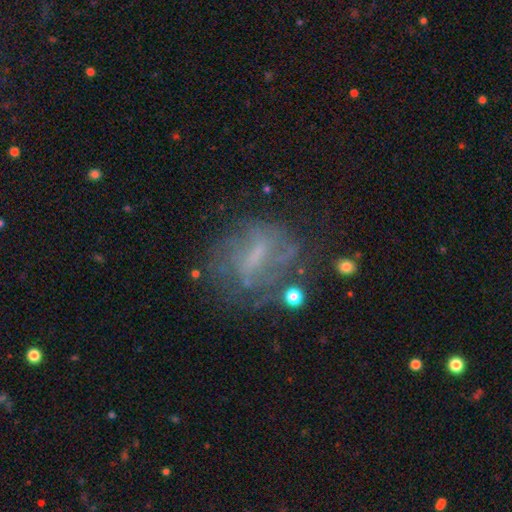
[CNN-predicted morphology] Q: Smooth or featured?
A: featured or disk (63%); runner-up: smooth (24%)
Q: Edge-on disk?
A: no (95%); runner-up: yes (5%)
Q: Bar?
A: weak (46%); runner-up: strong (27%)
Q: Spiral arms?
A: yes (56%); runner-up: no (44%)
Q: Bulge size?
A: none (41%); runner-up: small (35%)
Q: Merging?
A: none (56%); runner-up: minor disturbance (20%)